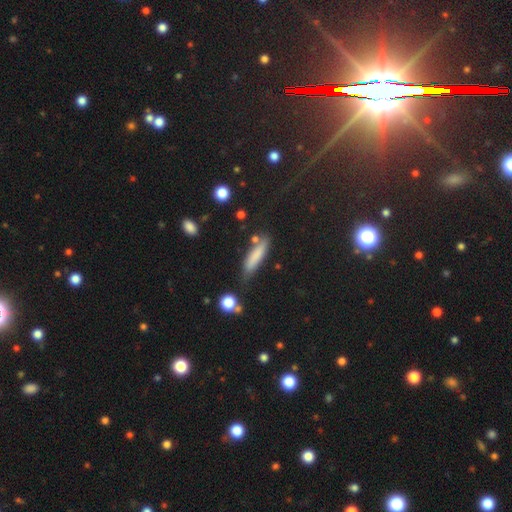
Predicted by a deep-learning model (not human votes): Morphology: type=smooth (76%); roundness=cigar-shaped (76%); merging=none (64%).